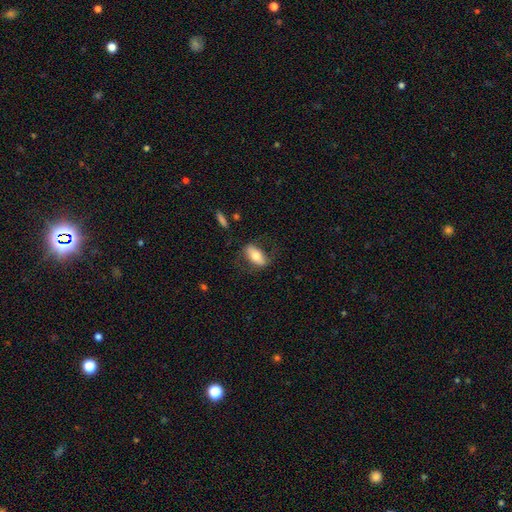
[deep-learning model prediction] Q: Smooth or featured?
A: smooth (63%); runner-up: featured or disk (31%)
Q: How rounded?
A: in between (83%); runner-up: cigar-shaped (12%)
Q: Merging?
A: none (68%); runner-up: minor disturbance (18%)